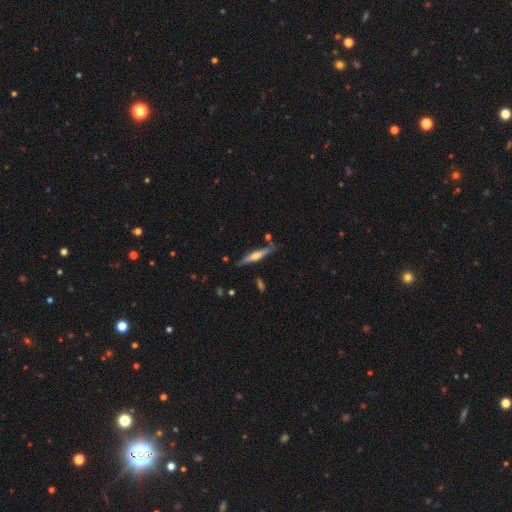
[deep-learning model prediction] Q: Smooth or featured?
A: featured or disk (64%); runner-up: smooth (30%)
Q: Edge-on disk?
A: yes (96%); runner-up: no (4%)
Q: Edge-on bulge?
A: rounded (85%); runner-up: boxy (8%)
Q: Merging?
A: none (82%); runner-up: minor disturbance (11%)